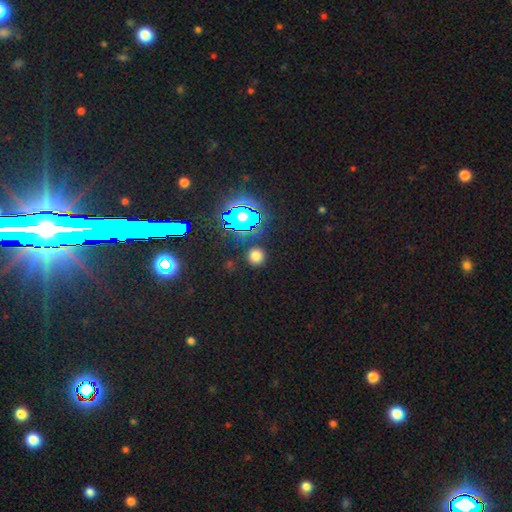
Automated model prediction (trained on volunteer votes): Overall: smooth (69%). How rounded: round (91%). Merging: none (87%).